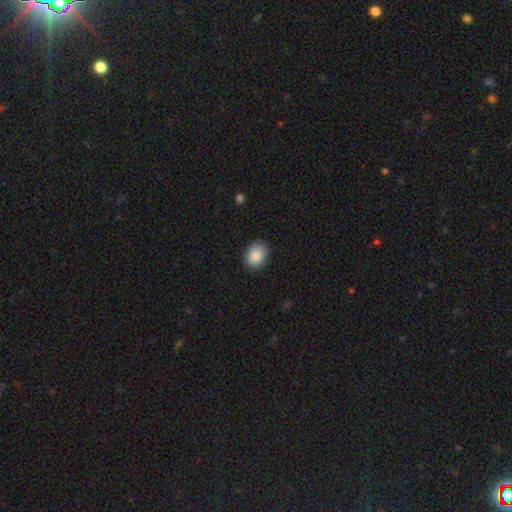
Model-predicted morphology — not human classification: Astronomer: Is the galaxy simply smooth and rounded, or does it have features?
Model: smooth — 89%.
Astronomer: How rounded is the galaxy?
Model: in between — 68%.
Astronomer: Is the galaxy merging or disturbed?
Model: none — 86%.